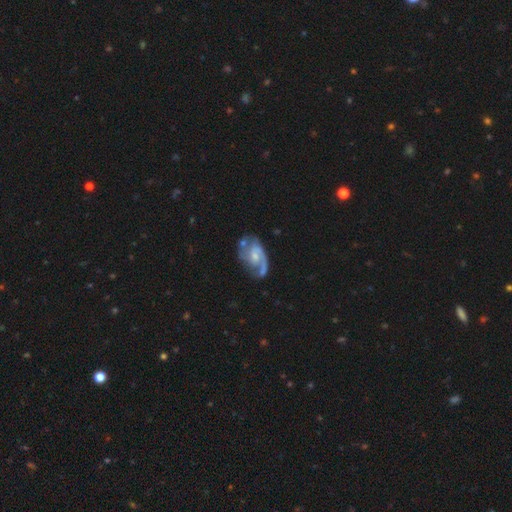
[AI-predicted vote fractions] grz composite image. It shows a featured or disk galaxy (81%) with no bar (56%), 2 (60%) medium (47%) spiral arms (91%) and a small central bulge (49%). Merging: none (48%).